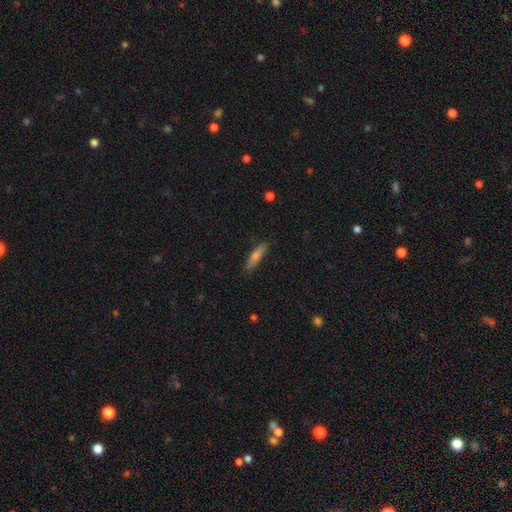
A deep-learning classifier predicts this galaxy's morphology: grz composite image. It shows a smooth galaxy with no disk features (61%) that is cigar-shaped (84%). Merging: none (87%).